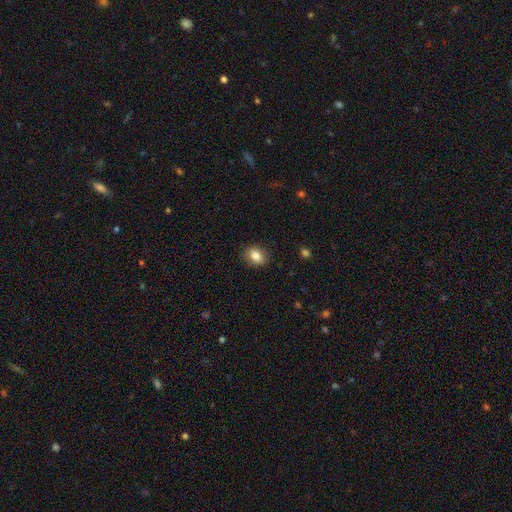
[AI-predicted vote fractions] Smooth or featured? Predicted: smooth (p=0.83). How rounded? Predicted: in between (p=0.57). Merging? Predicted: none (p=0.86).